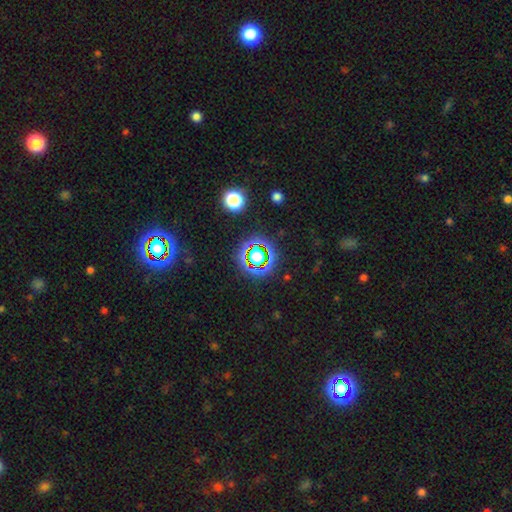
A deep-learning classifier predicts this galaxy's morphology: Smooth or featured? Predicted: star or artifact (p=0.77).